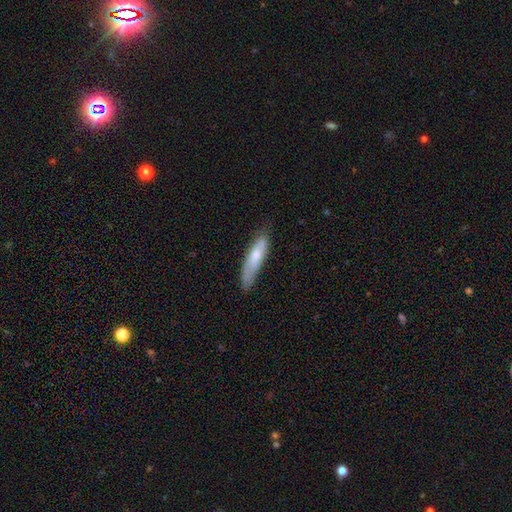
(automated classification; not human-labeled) smooth-or-featured: smooth: 65% | featured or disk: 29% | star or artifact: 6%
  how-rounded: cigar-shaped: 74% | in between: 25% | round: 1%
  merging: none: 65% | minor disturbance: 26% | major disturbance: 7% | merger: 2%